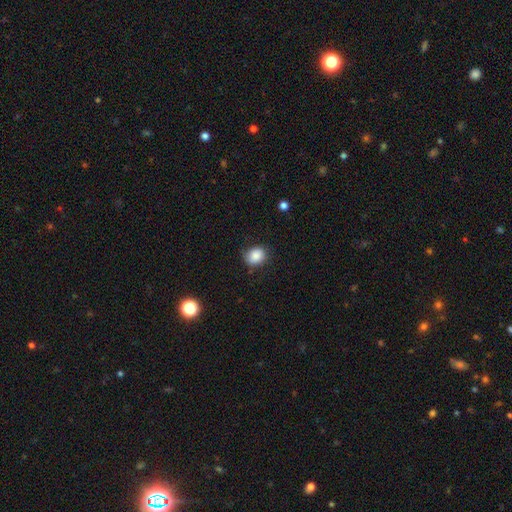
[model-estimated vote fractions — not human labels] Morphology: type=smooth (86%); roundness=round (56%); merging=none (77%).